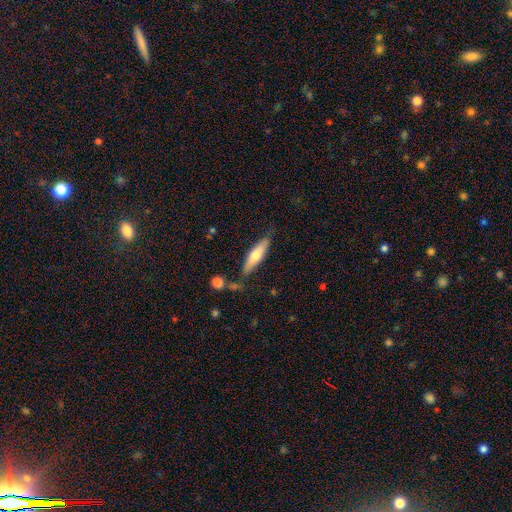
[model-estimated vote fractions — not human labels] Smooth or featured: smooth — 60% (featured or disk — 34%)
How rounded: cigar-shaped — 68% (in between — 30%)
Merging: none — 73% (minor disturbance — 18%)